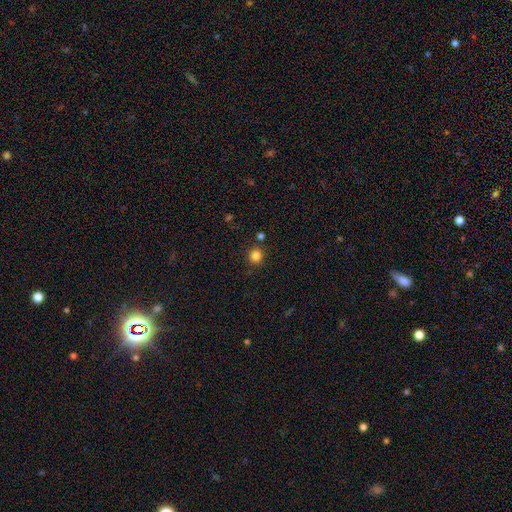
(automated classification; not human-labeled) This appears to be a smooth galaxy with no disk features (83%) that is round (92%). Merging: none (87%).